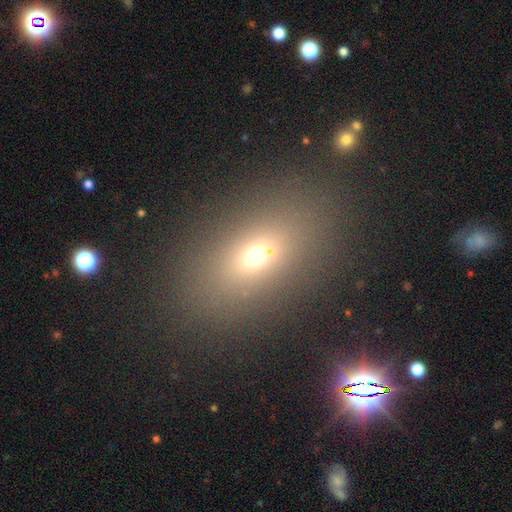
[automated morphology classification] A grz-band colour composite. It shows a smooth galaxy with no disk features (57%) that is in between round and cigar-shaped (71%). Merging: none (58%).